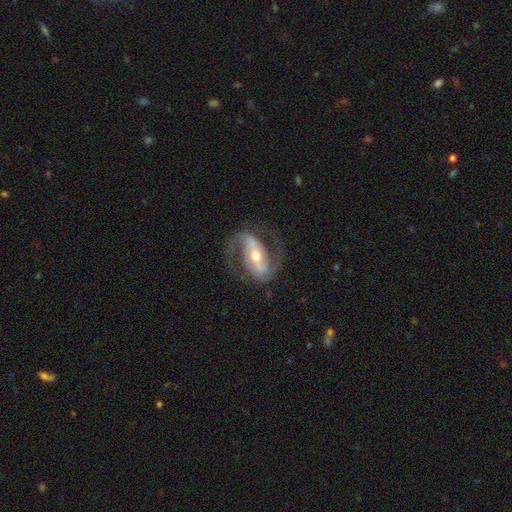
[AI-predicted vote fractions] Morphology: type=featured or disk (89%); edge-on=no (96%); bar=strong (53%); spiral arms=yes (96%); winding=medium (54%); arm count=2 (92%); bulge=moderate (61%); merging=none (76%).